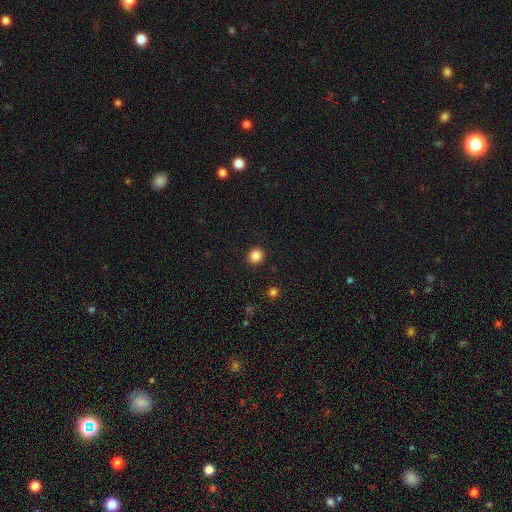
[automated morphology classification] type=smooth (86%); roundness=round (81%); merging=none (91%).